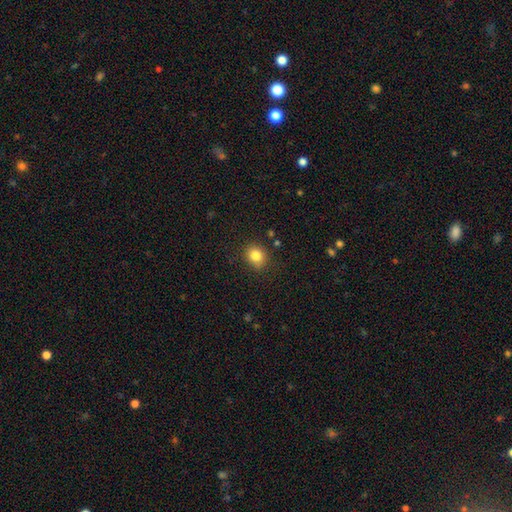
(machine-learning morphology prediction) This appears to be a smooth galaxy with no disk features (82%) that is round (78%). Merging: none (85%).